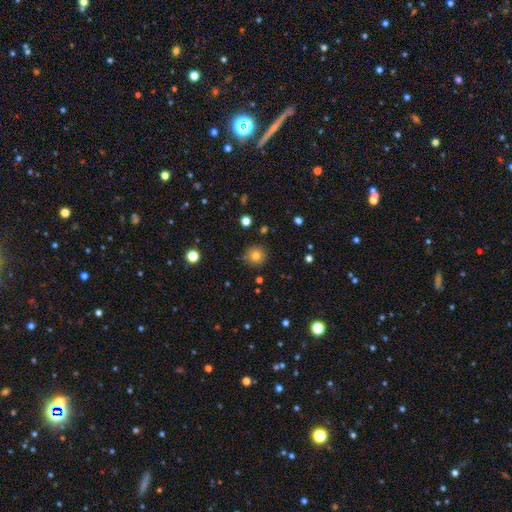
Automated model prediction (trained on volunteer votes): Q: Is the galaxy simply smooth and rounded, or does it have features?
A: smooth — 79%.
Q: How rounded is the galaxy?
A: round — 94%.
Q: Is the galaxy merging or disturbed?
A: none — 88%.